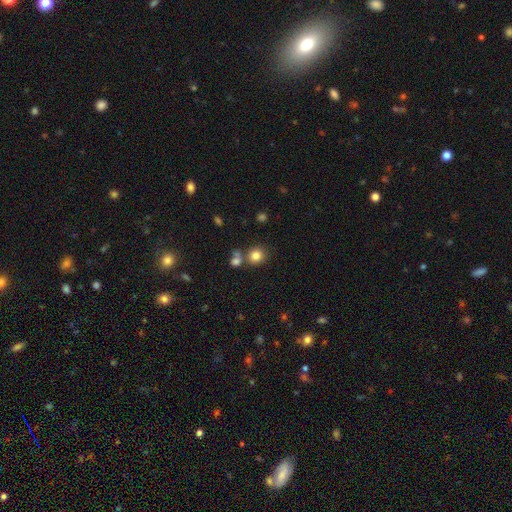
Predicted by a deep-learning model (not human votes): Smooth or featured?
  - smooth: 82% *
  - star or artifact: 11%
  - featured or disk: 6%
How rounded?
  - round: 85% *
  - in between: 14%
  - cigar-shaped: 1%
Merging?
  - none: 69% *
  - merger: 18%
  - minor disturbance: 9%
  - major disturbance: 4%